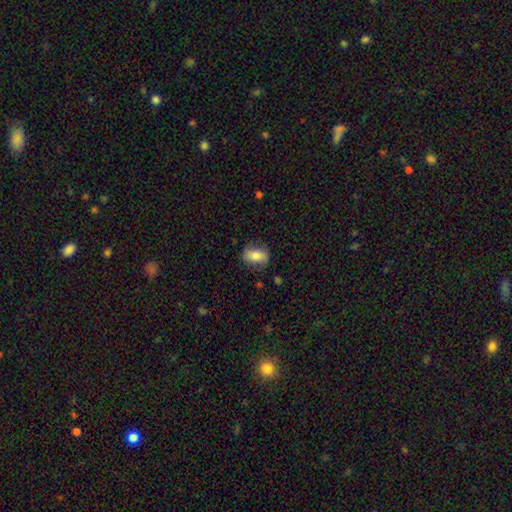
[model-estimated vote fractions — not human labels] smooth-or-featured: smooth: 74% | featured or disk: 19% | star or artifact: 8%
  how-rounded: in between: 79% | round: 18% | cigar-shaped: 3%
  merging: none: 74% | minor disturbance: 19% | major disturbance: 6% | merger: 1%